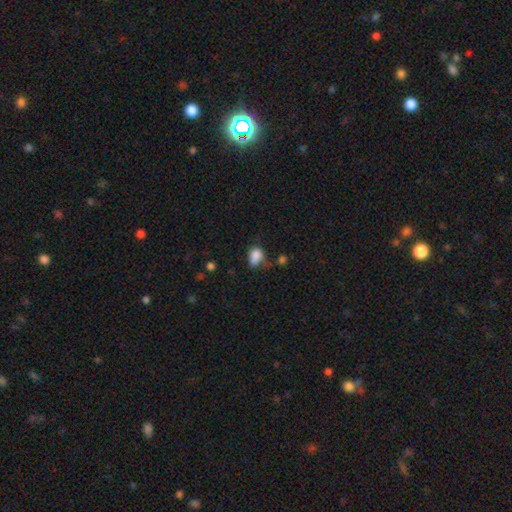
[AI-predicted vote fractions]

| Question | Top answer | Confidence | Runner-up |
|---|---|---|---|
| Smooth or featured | smooth | 82% | star or artifact (10%) |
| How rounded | in between | 70% | round (28%) |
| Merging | none | 36% | minor disturbance (33%) |